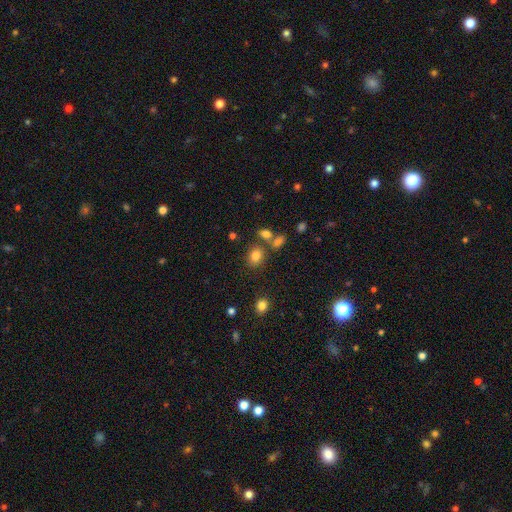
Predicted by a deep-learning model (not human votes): Smooth or featured?
  - smooth: 81% *
  - star or artifact: 12%
  - featured or disk: 7%
How rounded?
  - round: 51% *
  - in between: 48%
  - cigar-shaped: 1%
Merging?
  - none: 70% *
  - merger: 15%
  - minor disturbance: 11%
  - major disturbance: 4%